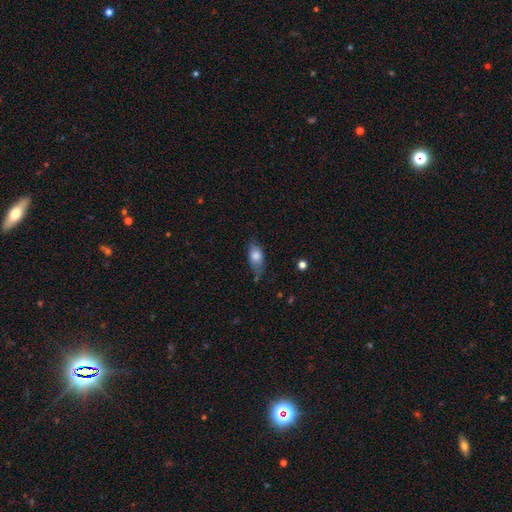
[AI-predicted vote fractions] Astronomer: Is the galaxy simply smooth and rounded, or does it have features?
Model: smooth — 77%.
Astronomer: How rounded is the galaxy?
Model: in between — 84%.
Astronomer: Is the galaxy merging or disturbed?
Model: none — 56% (runner-up: minor disturbance, 31%).